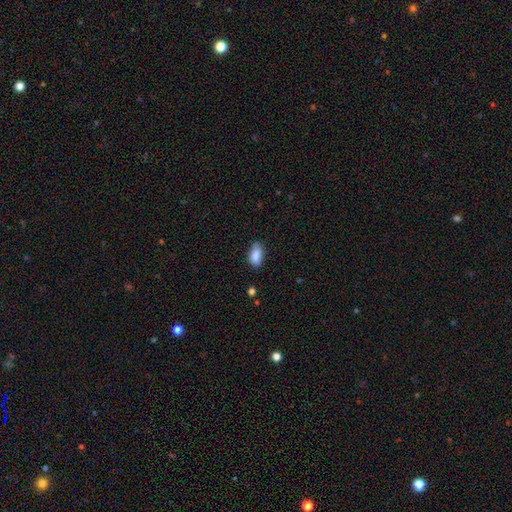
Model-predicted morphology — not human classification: Smooth or featured: smooth — 85% (featured or disk — 8%)
How rounded: in between — 89% (cigar-shaped — 6%)
Merging: none — 67% (minor disturbance — 26%)